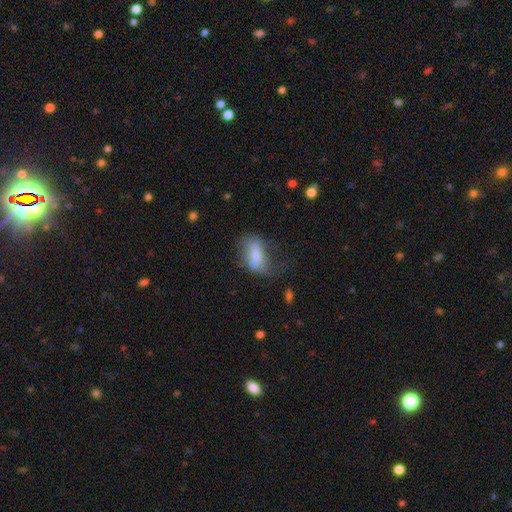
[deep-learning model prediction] Q: Smooth or featured?
A: smooth (55%); runner-up: featured or disk (35%)
Q: How rounded?
A: in between (79%); runner-up: cigar-shaped (15%)
Q: Merging?
A: none (38%); runner-up: major disturbance (31%)